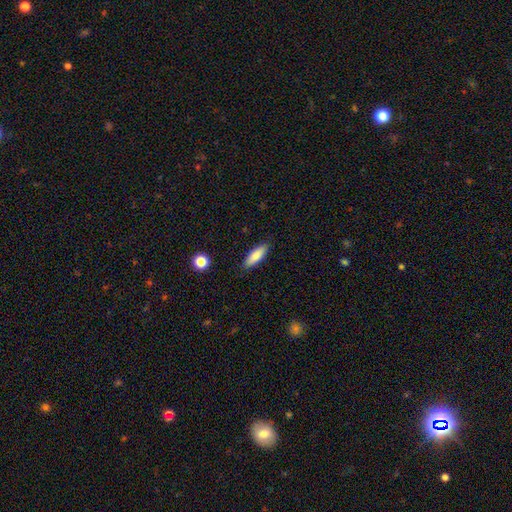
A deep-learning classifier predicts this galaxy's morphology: Overall: smooth (82%). How rounded: in between (50%; cigar-shaped 48%). Merging: none (87%).